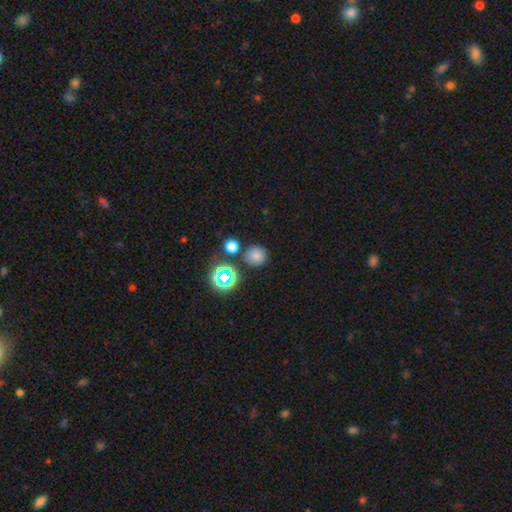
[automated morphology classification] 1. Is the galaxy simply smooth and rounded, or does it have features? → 74% smooth, 19% star or artifact, 7% featured or disk.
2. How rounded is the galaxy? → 89% round, 10% in between, 1% cigar-shaped.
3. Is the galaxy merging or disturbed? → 79% none, 9% minor disturbance, 9% merger, 3% major disturbance.